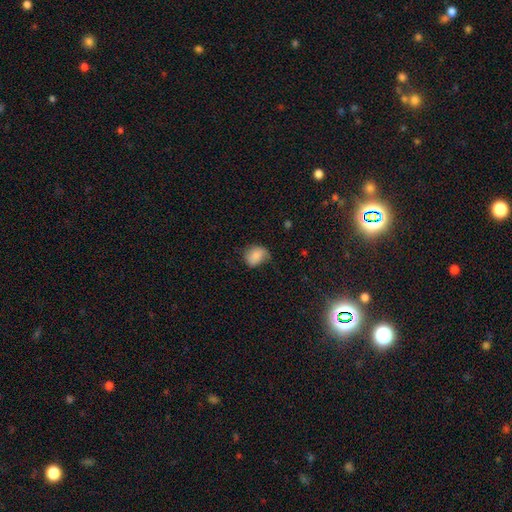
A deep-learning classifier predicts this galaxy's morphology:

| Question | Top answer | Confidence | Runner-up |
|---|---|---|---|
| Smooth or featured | smooth | 81% | featured or disk (11%) |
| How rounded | in between | 52% | round (47%) |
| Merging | none | 55% | minor disturbance (33%) |